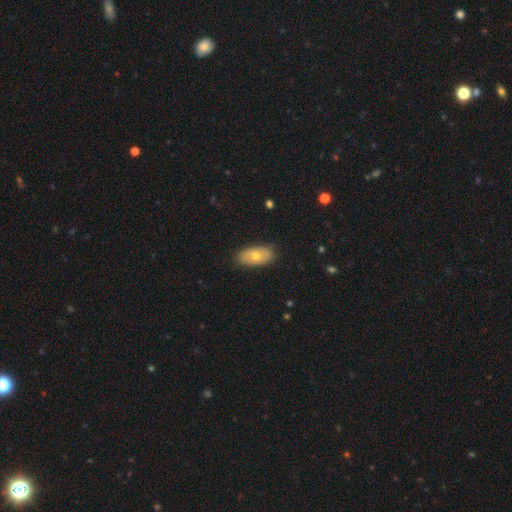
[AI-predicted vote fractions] smooth_or_featured: smooth (p=0.62) [alt: featured or disk p=0.32]
how_rounded: in between (p=0.92) [alt: round p=0.05]
merging: none (p=0.84) [alt: minor disturbance p=0.12]